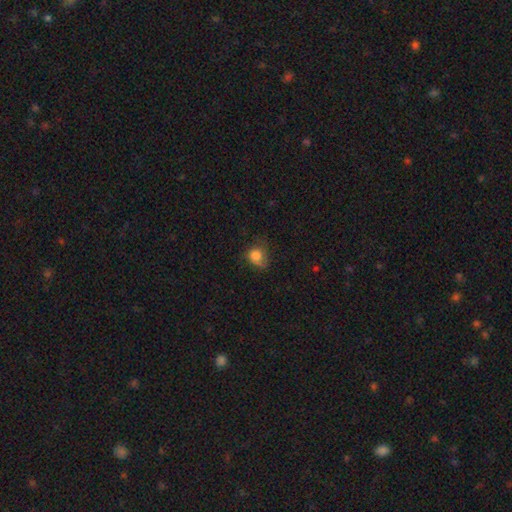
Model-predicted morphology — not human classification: Smooth or featured?
  - smooth: 80% *
  - star or artifact: 10%
  - featured or disk: 10%
How rounded?
  - round: 65% *
  - in between: 34%
  - cigar-shaped: 1%
Merging?
  - none: 44% *
  - minor disturbance: 34%
  - major disturbance: 20%
  - merger: 2%